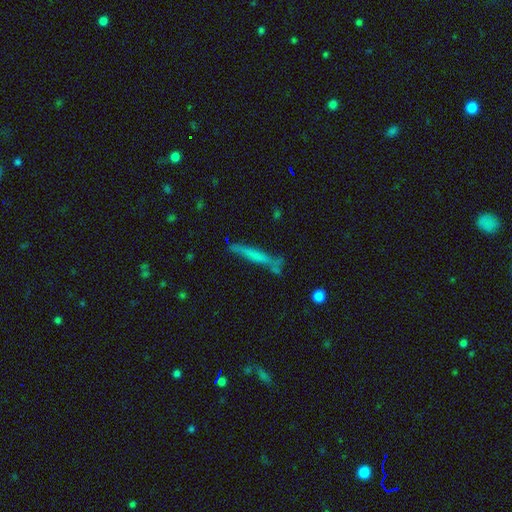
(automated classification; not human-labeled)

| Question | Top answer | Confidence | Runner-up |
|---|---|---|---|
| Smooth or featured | smooth | 54% | featured or disk (38%) |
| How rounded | cigar-shaped | 93% | in between (5%) |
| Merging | none | 70% | minor disturbance (17%) |